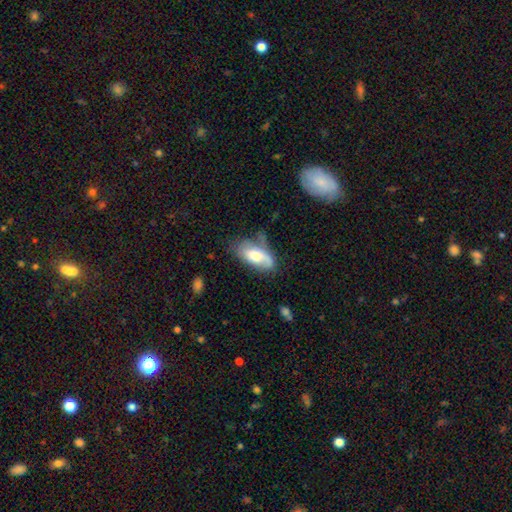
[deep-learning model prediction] smooth_or_featured: smooth (p=0.57) [alt: featured or disk p=0.36]
how_rounded: in between (p=0.90) [alt: cigar-shaped p=0.07]
merging: none (p=0.43) [alt: minor disturbance p=0.31]